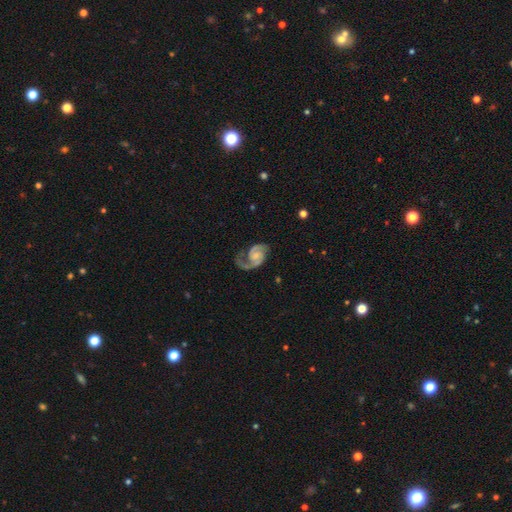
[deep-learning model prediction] Smooth or featured? Predicted: featured or disk (p=0.90). Edge-on disk? Predicted: no (p=0.98). Bar? Predicted: no (p=0.60). Spiral arms? Predicted: yes (p=0.98). Spiral winding? Predicted: medium (p=0.55). Spiral arm count? Predicted: 2 (p=0.86). Bulge size? Predicted: small (p=0.43). Merging? Predicted: none (p=0.64).